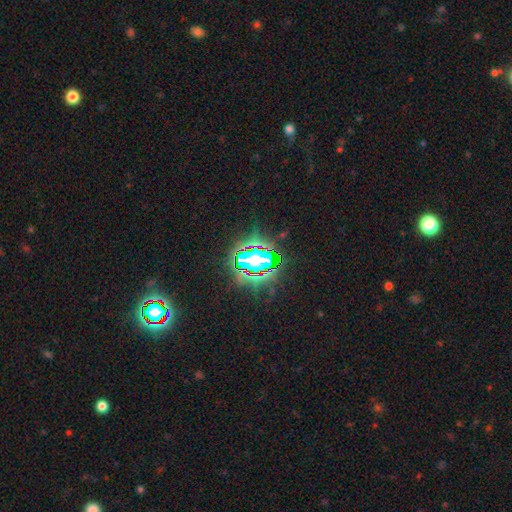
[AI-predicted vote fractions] smooth_or_featured: star or artifact (p=0.82) [alt: smooth p=0.11]